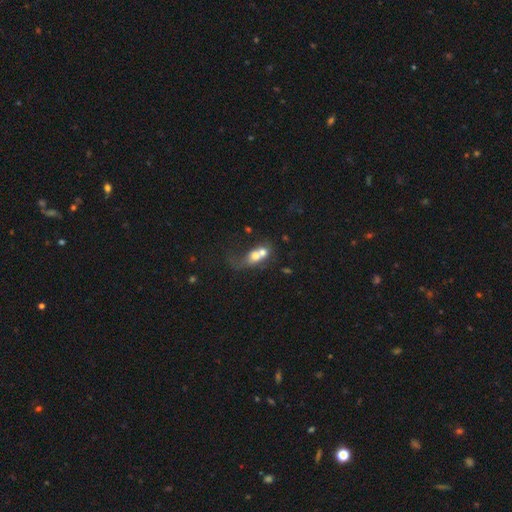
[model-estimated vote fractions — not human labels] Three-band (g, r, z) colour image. It shows a smooth galaxy with no disk features (59%) that is in between round and cigar-shaped (50%). Merging: merger (70%).